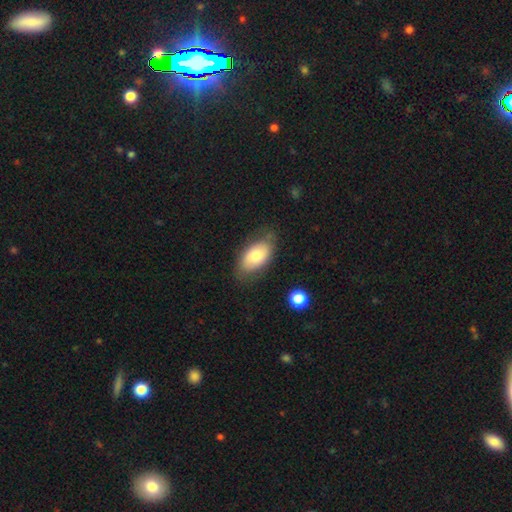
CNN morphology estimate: A smooth galaxy with no disk features (72%) that is in between round and cigar-shaped (93%). Merging: none (71%).